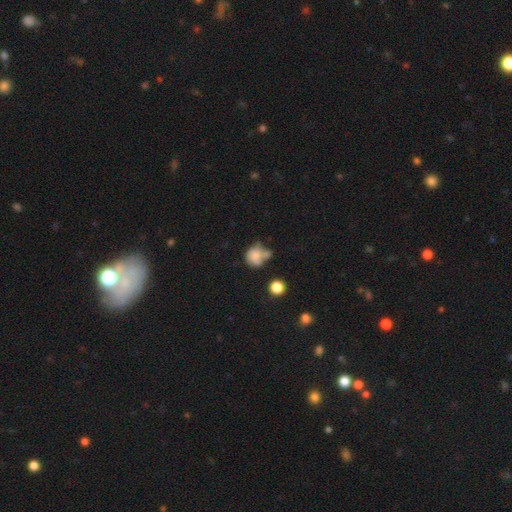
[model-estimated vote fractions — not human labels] The model was most divided on "merging": none: 34%, merger: 29%, minor disturbance: 23%, major disturbance: 14%. More confident: how rounded — round (71%); smooth or featured — smooth (71%).